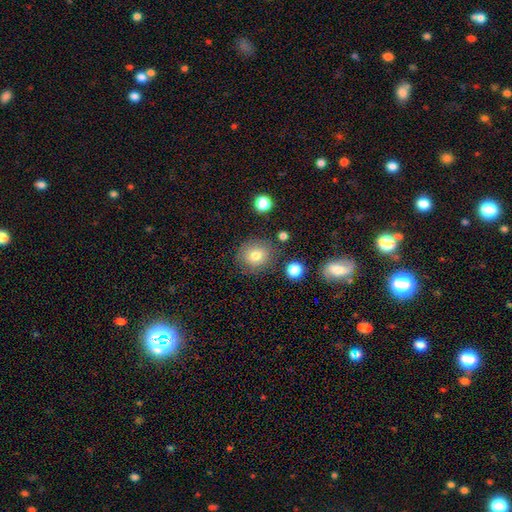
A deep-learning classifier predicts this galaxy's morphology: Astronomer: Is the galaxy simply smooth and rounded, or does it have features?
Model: smooth — 76%.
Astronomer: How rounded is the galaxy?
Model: round — 84%.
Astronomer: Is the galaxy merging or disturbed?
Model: none — 79%.